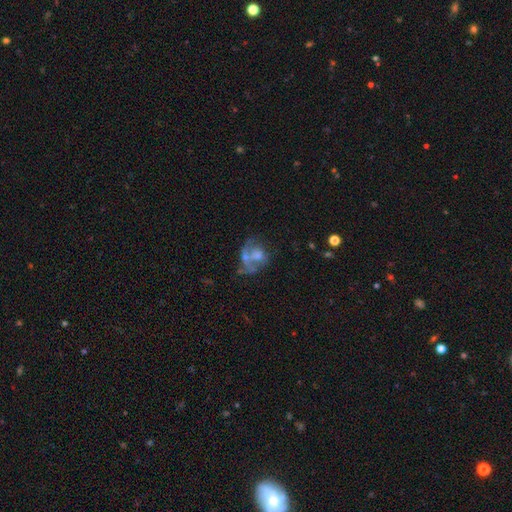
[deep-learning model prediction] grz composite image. It shows a featured or disk galaxy (50%). Merging: major disturbance (30%).